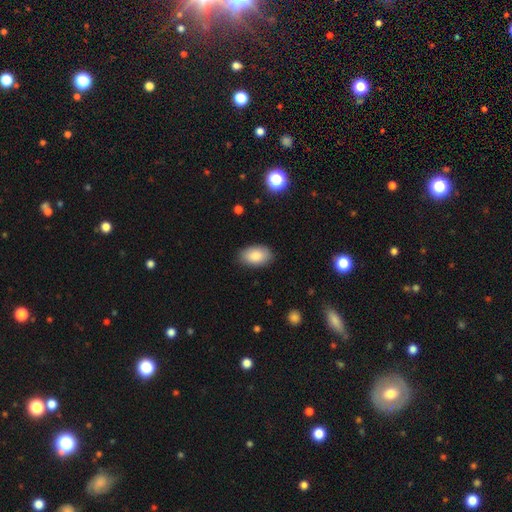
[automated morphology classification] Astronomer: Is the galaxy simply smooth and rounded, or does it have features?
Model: smooth — 85%.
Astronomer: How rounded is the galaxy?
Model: in between — 93%.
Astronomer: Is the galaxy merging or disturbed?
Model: none — 86%.